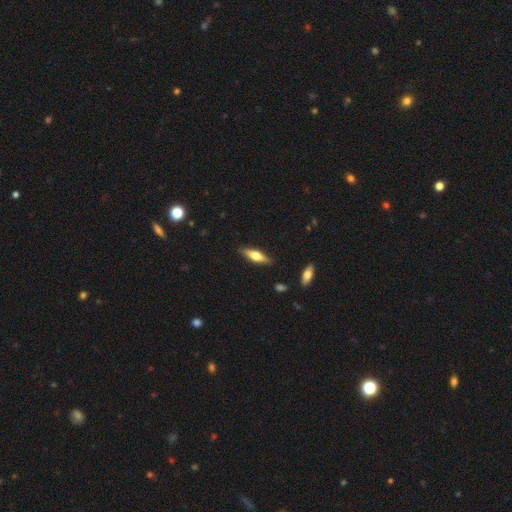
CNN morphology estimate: A smooth galaxy with no disk features (51%) that is cigar-shaped (57%).

Vote fractions:
- Smooth or featured? smooth: 51% / featured or disk: 42% / star or artifact: 6%
- How rounded? cigar-shaped: 57% / in between: 41% / round: 2%
- Merging? none: 86% / minor disturbance: 10% / major disturbance: 2% / merger: 1%